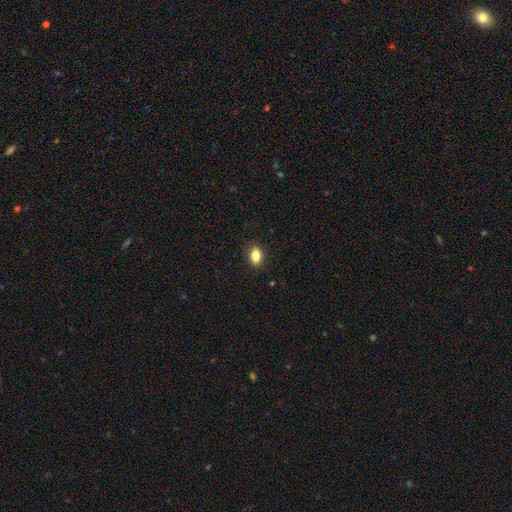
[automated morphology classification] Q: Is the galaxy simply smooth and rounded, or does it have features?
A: smooth — 84%.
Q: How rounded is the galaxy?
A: in between — 81%.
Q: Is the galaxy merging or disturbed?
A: none — 88%.